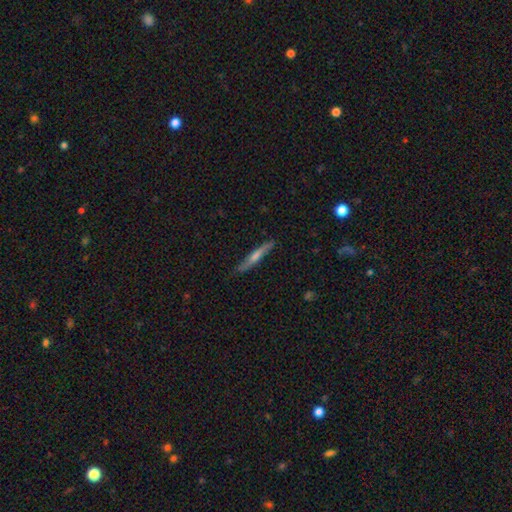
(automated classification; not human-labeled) The model was most divided on "smooth or featured": featured or disk: 53%, smooth: 41%, star or artifact: 6%. More confident: edge-on disk — yes (94%); merging — none (86%).